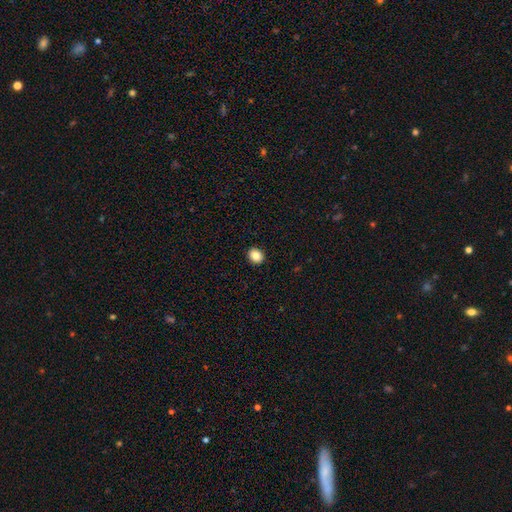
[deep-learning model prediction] Smooth or featured? smooth (85%)
How rounded? round (63%)
Merging? none (92%)